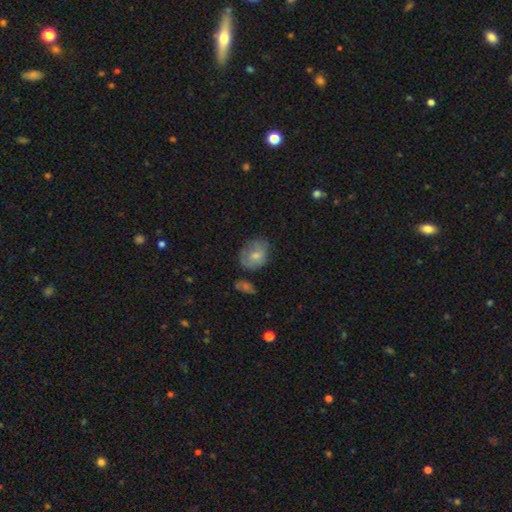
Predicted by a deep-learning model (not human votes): smooth-or-featured: smooth: 68% | featured or disk: 25% | star or artifact: 8%
  how-rounded: in between: 52% | round: 47% | cigar-shaped: 1%
  merging: none: 56% | minor disturbance: 29% | major disturbance: 10% | merger: 5%